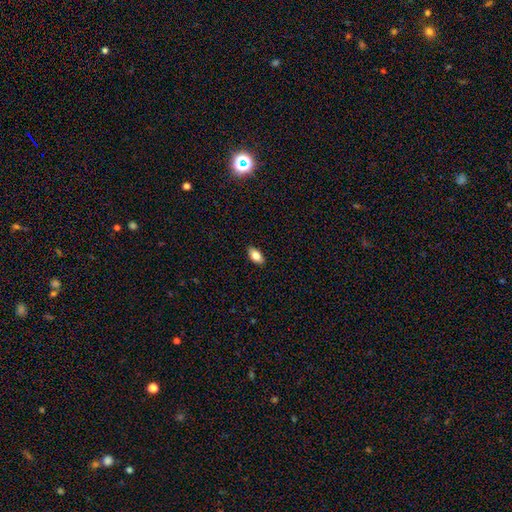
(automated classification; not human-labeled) Smooth or featured: smooth — 80% (featured or disk — 13%)
How rounded: in between — 90% (cigar-shaped — 6%)
Merging: none — 89% (minor disturbance — 8%)